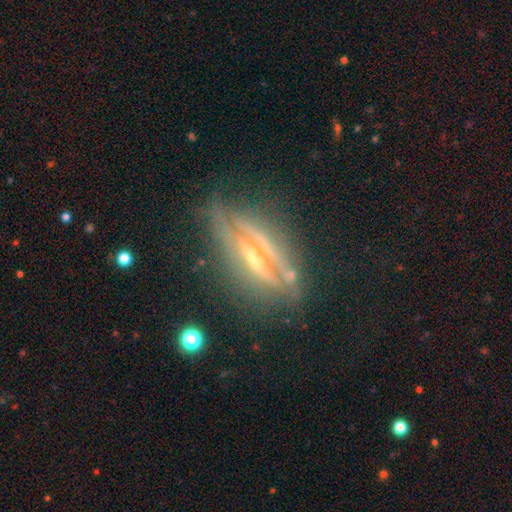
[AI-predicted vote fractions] Smooth or featured? featured or disk (80%)
Edge-on disk? yes (87%)
Edge-on bulge? rounded (79%)
Merging? none (74%)